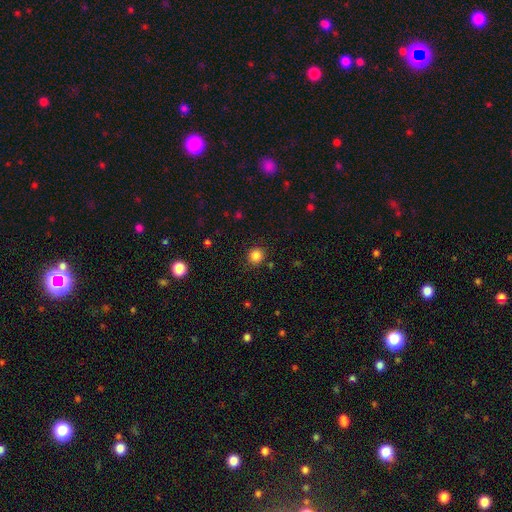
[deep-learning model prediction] Overall: smooth (84%). How rounded: round (89%). Merging: none (87%).